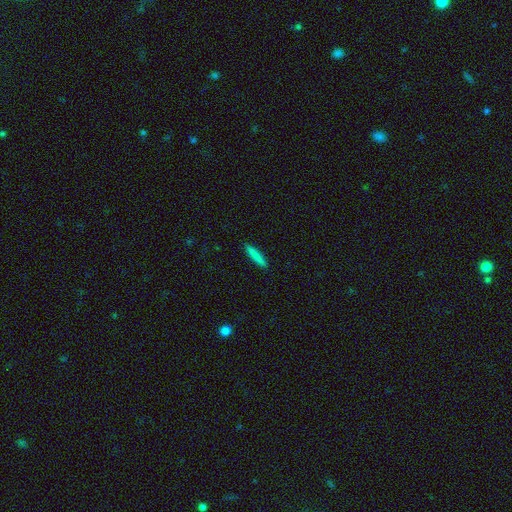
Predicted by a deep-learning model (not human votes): smooth-or-featured: smooth: 84% | featured or disk: 10% | star or artifact: 7%
  how-rounded: cigar-shaped: 91% | in between: 8% | round: 1%
  merging: none: 91% | minor disturbance: 6% | major disturbance: 2% | merger: 1%